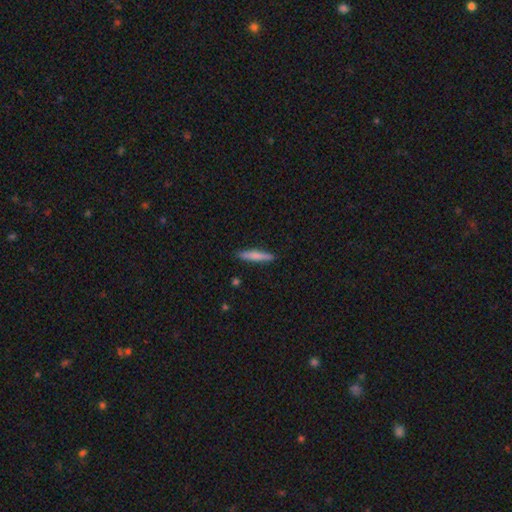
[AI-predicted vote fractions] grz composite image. It shows a smooth galaxy with no disk features (76%) that is cigar-shaped (92%). Merging: none (90%).